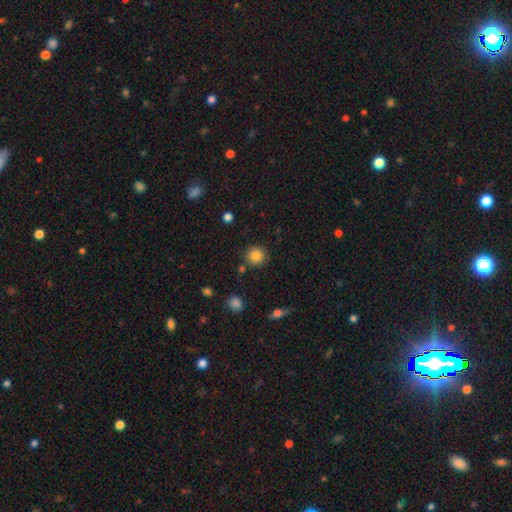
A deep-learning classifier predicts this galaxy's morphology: type=smooth (84%); roundness=round (91%); merging=none (85%).